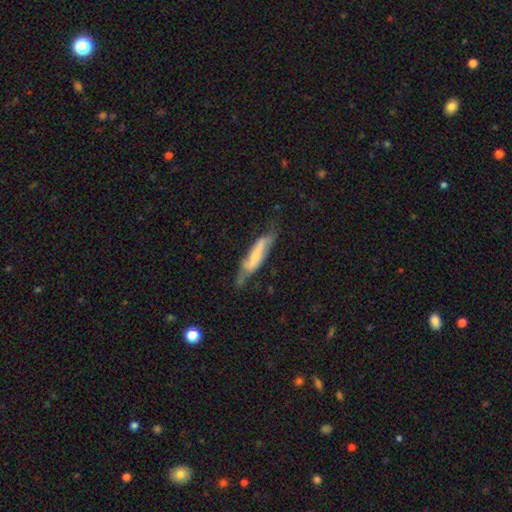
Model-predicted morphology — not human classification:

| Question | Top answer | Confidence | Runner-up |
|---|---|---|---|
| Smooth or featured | featured or disk | 52% | smooth (42%) |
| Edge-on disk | no | 57% | yes (43%) |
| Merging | none | 52% | minor disturbance (31%) |